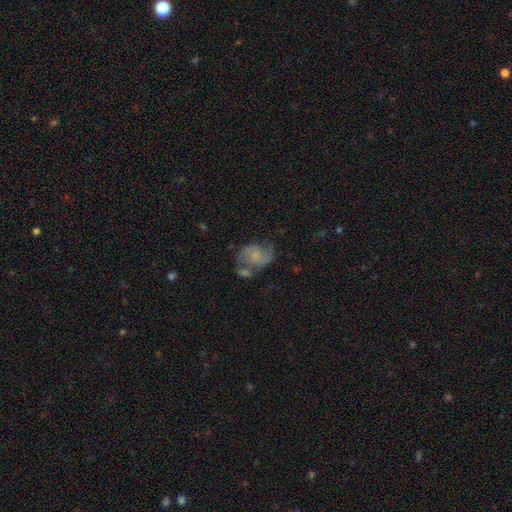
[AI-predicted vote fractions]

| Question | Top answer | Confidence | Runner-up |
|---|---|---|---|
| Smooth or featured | featured or disk | 50% | smooth (40%) |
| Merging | none | 40% | minor disturbance (23%) |